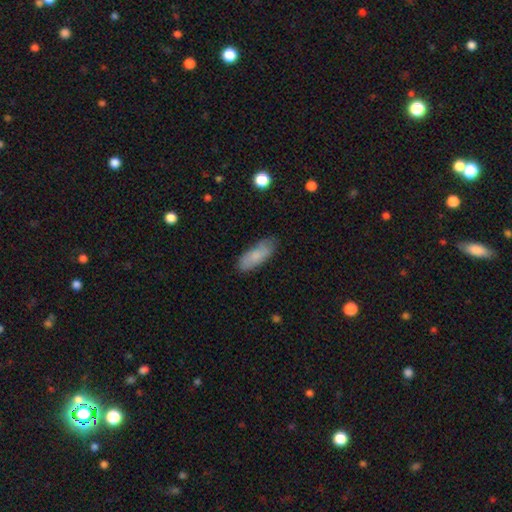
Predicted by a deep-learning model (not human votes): Q: Smooth or featured?
A: smooth (79%); runner-up: featured or disk (15%)
Q: How rounded?
A: in between (74%); runner-up: cigar-shaped (24%)
Q: Merging?
A: none (79%); runner-up: minor disturbance (17%)